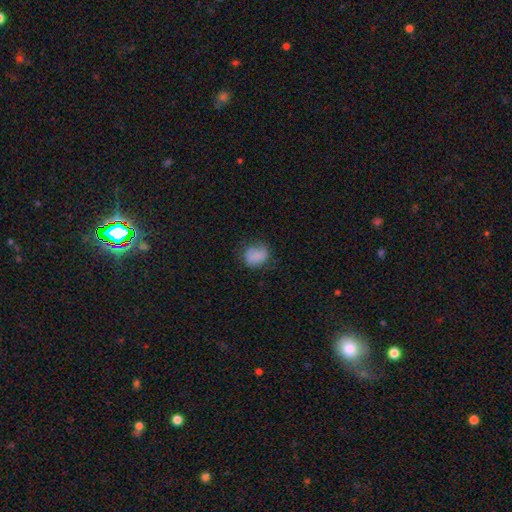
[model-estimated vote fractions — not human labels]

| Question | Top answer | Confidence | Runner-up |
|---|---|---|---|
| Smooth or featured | smooth | 80% | featured or disk (11%) |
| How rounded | round | 53% | in between (46%) |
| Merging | none | 65% | minor disturbance (24%) |